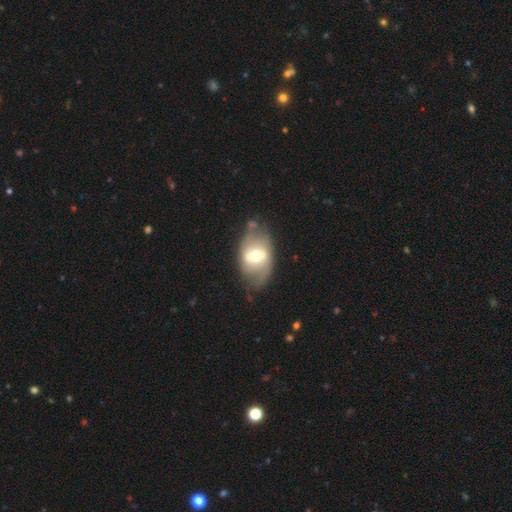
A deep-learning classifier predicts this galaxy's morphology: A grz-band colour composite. It shows a featured or disk galaxy (62%) with a strong bar (43%, tied with weak), spiral arms (52%) and a moderate central bulge (66%). Merging: none (62%).